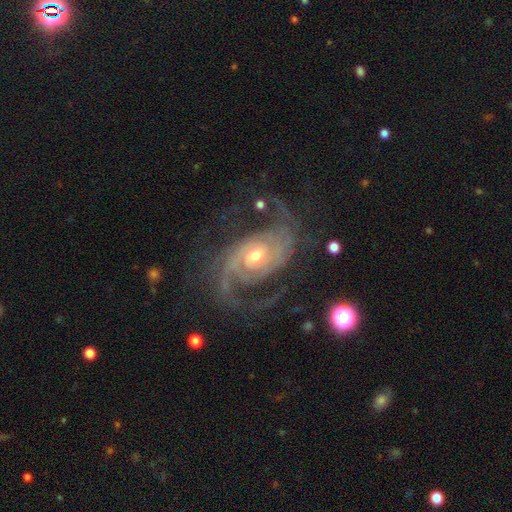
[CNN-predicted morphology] A featured or disk galaxy (91%) with no bar (60%), 2 (66%) medium (46%) spiral arms (98%) and a moderate central bulge (52%). Merging: none (67%).